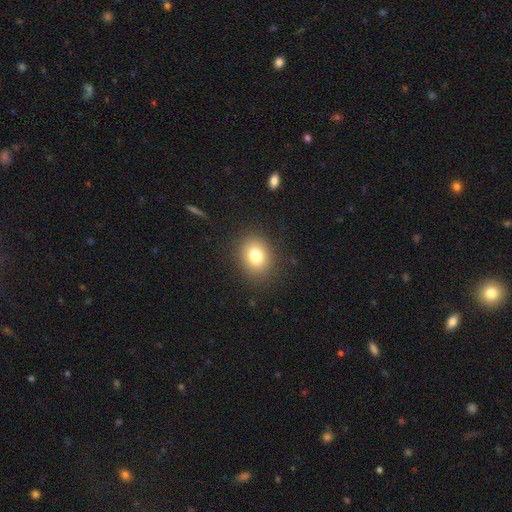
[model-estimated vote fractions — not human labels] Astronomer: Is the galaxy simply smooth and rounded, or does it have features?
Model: smooth — 78%.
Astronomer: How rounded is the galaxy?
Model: round — 53% (runner-up: in between, 46%).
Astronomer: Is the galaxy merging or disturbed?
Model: none — 87%.